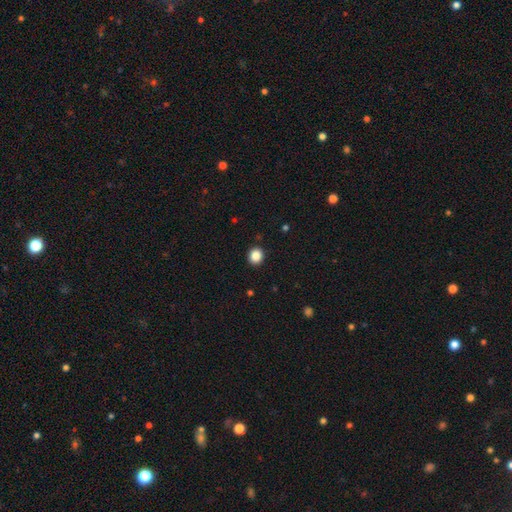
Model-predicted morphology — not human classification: Smooth or featured?
  - smooth: 87% *
  - star or artifact: 10%
  - featured or disk: 3%
How rounded?
  - round: 80% *
  - in between: 19%
  - cigar-shaped: 1%
Merging?
  - none: 92% *
  - minor disturbance: 6%
  - major disturbance: 2%
  - merger: 1%